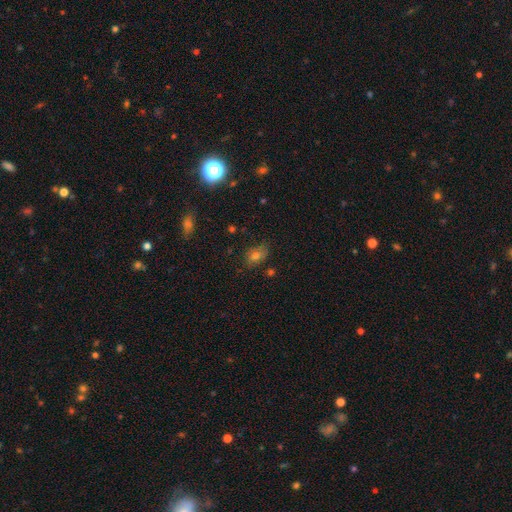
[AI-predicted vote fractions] Smooth or featured?
  - smooth: 61% *
  - star or artifact: 25%
  - featured or disk: 14%
How rounded?
  - in between: 72% *
  - round: 26%
  - cigar-shaped: 2%
Merging?
  - none: 73% *
  - minor disturbance: 19%
  - major disturbance: 5%
  - merger: 3%